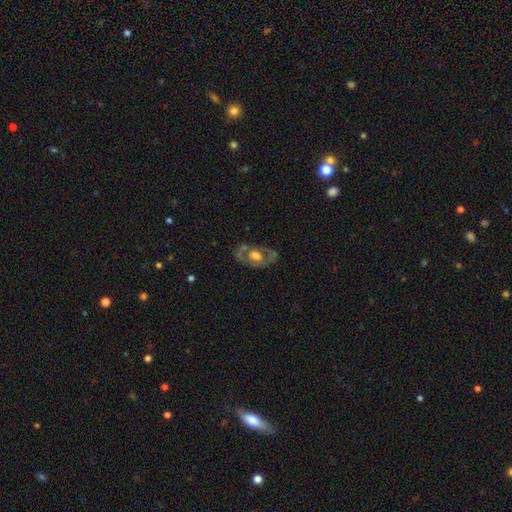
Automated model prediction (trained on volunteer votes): Smooth or featured: featured or disk — 65% (smooth — 29%)
Edge-on disk: no — 91% (yes — 9%)
Bar: no — 77% (weak — 18%)
Spiral arms: no — 68% (yes — 32%)
Bulge size: moderate — 53% (large — 36%)
Merging: none — 66% (minor disturbance — 21%)